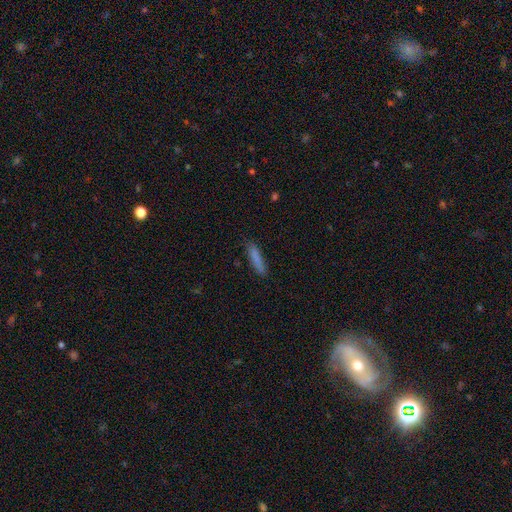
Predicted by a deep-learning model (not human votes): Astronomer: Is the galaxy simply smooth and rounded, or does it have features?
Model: smooth — 81%.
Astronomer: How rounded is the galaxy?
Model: cigar-shaped — 90%.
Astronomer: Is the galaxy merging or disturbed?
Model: none — 86%.